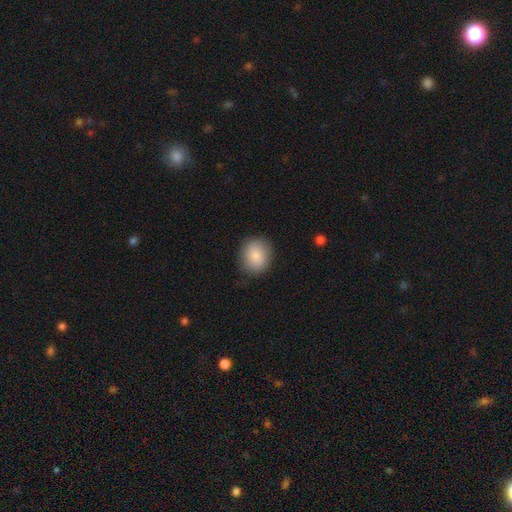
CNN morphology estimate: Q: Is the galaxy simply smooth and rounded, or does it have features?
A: smooth — 86%.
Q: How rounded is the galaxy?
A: round — 69%.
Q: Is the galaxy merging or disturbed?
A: none — 84%.